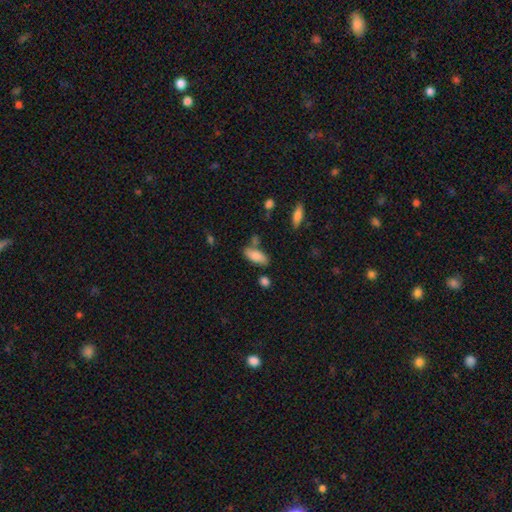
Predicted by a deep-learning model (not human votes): smooth-or-featured: smooth: 80% | featured or disk: 12% | star or artifact: 7%
  how-rounded: in between: 79% | cigar-shaped: 18% | round: 2%
  merging: none: 64% | minor disturbance: 19% | merger: 12% | major disturbance: 5%